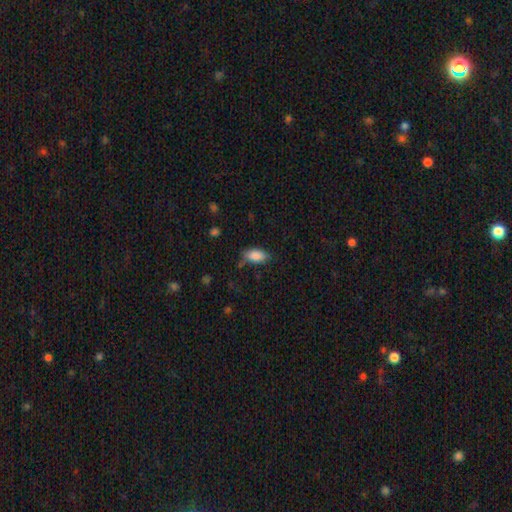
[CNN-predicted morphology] The model was most divided on "merging": none: 70%, minor disturbance: 21%, major disturbance: 5%, merger: 3%. More confident: how rounded — in between (88%); smooth or featured — smooth (86%).